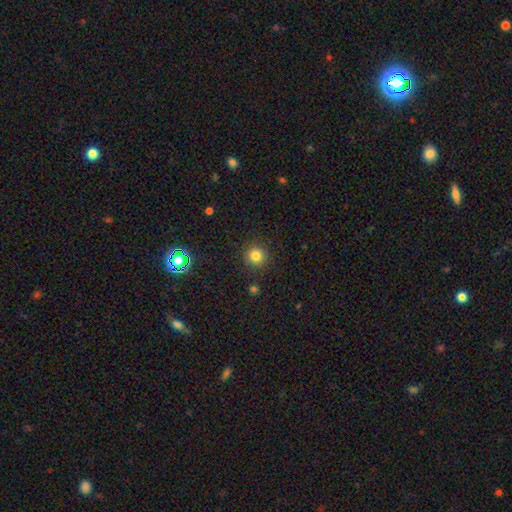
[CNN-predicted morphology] A smooth galaxy with no disk features (80%) that is round (94%). Merging: none (89%).